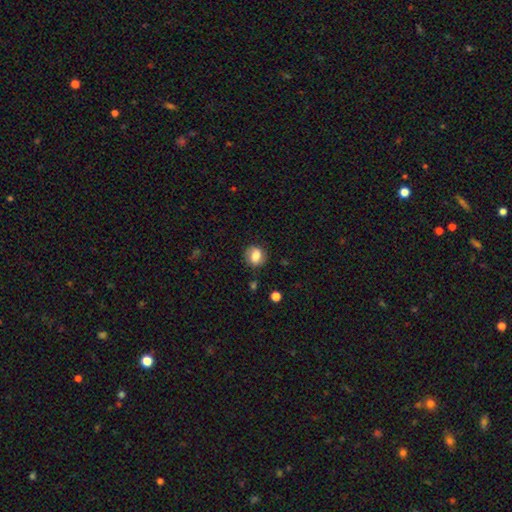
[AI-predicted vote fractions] A smooth galaxy with no disk features (72%) that is round (63%). Merging: none (78%).